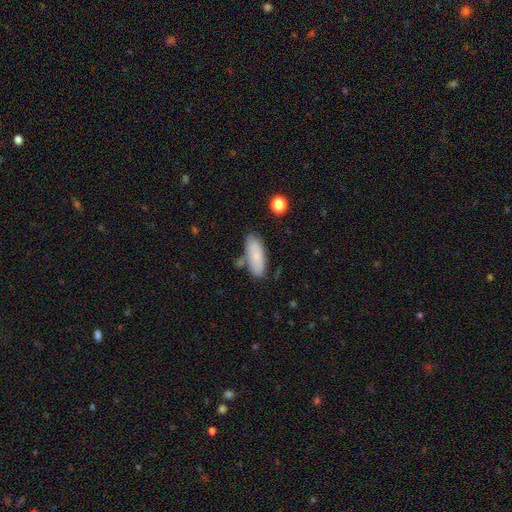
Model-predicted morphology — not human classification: The model was most divided on "how rounded": in between: 75%, cigar-shaped: 23%, round: 2%. More confident: smooth or featured — smooth (78%); merging — none (70%).